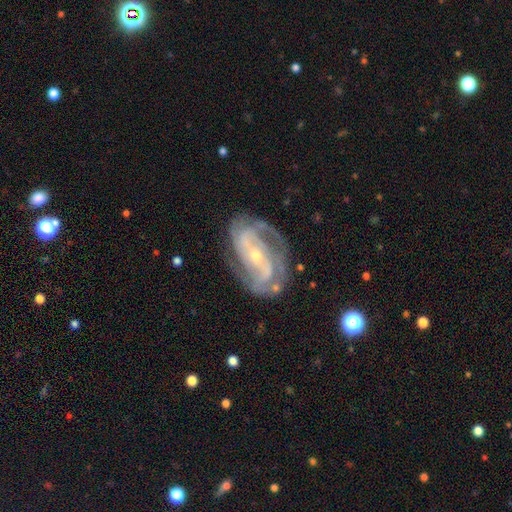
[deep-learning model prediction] This appears to be a featured or disk galaxy (89%) with no bar (40%), 2 (48%) tight (51%) spiral arms (96%) and a small central bulge (68%). Merging: none (72%).